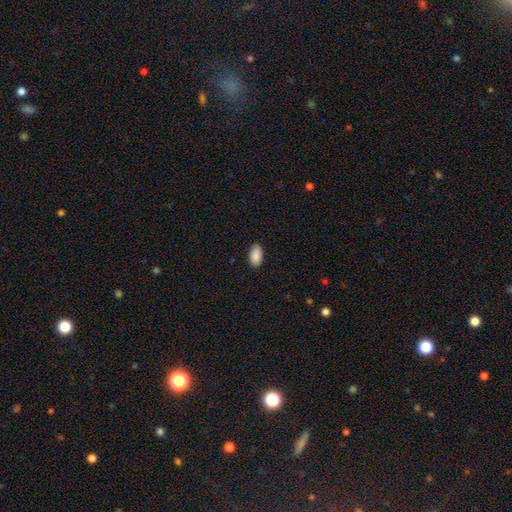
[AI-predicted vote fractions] This appears to be a smooth galaxy with no disk features (90%) that is in between round and cigar-shaped (95%). Merging: none (88%).